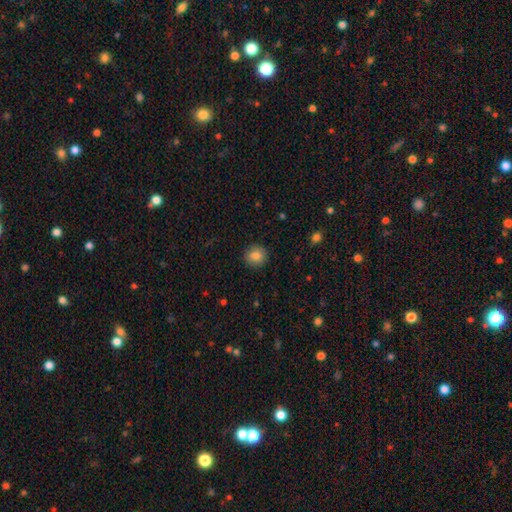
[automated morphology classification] This appears to be a smooth galaxy with no disk features (85%) that is round (89%). Merging: none (91%).